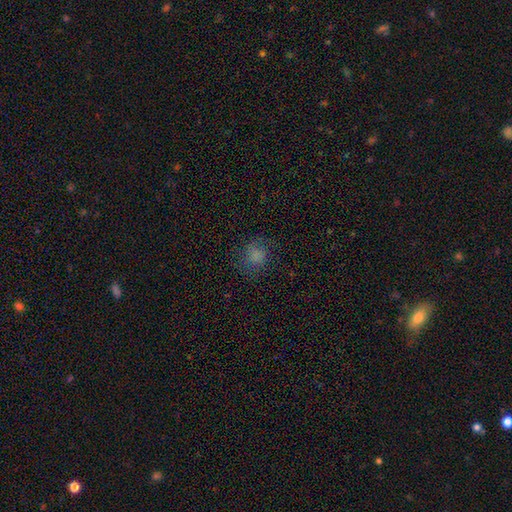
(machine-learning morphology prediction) smooth-or-featured: smooth: 74% | star or artifact: 15% | featured or disk: 10%
  how-rounded: round: 79% | in between: 20% | cigar-shaped: 1%
  merging: none: 72% | minor disturbance: 17% | major disturbance: 10% | merger: 1%